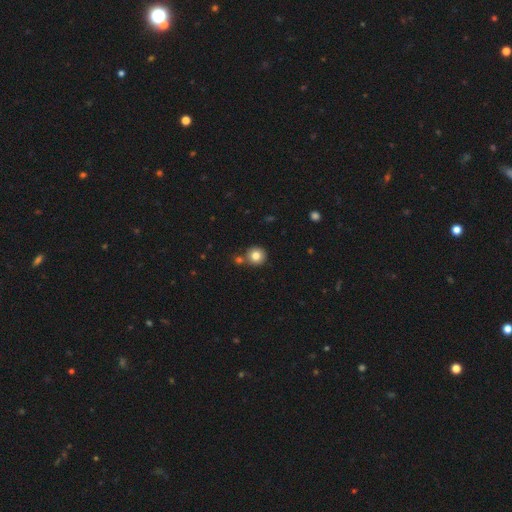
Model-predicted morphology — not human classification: smooth-or-featured: smooth: 81% | star or artifact: 11% | featured or disk: 9%
  how-rounded: round: 93% | in between: 6% | cigar-shaped: 1%
  merging: none: 73% | merger: 16% | minor disturbance: 9% | major disturbance: 3%